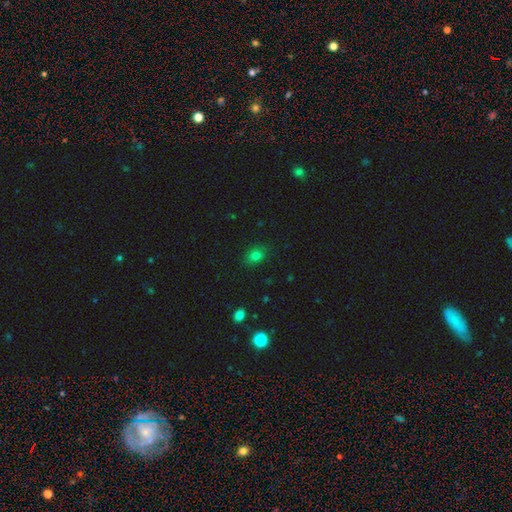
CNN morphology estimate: A smooth galaxy with no disk features (77%) that is in between round and cigar-shaped (54%). Merging: none (85%).